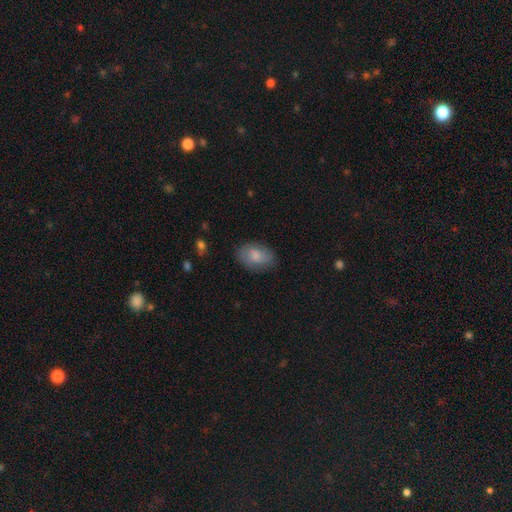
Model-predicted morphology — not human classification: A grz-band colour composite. It shows a smooth galaxy with no disk features (75%) that is in between round and cigar-shaped (86%). Merging: none (79%).